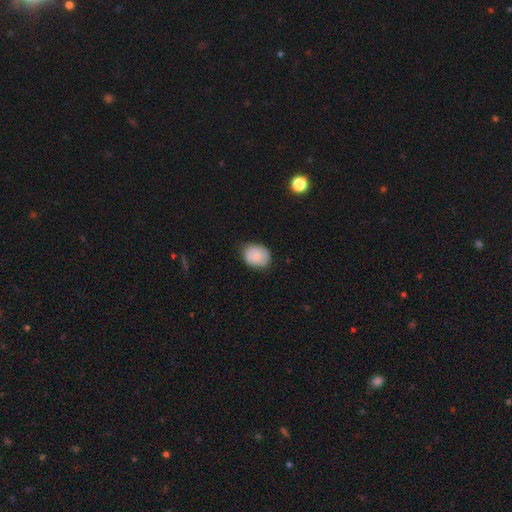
Q: Smooth or featured?
A: smooth (78%); runner-up: featured or disk (18%)
Q: How rounded?
A: round (74%); runner-up: in between (26%)
Q: Merging?
A: none (79%); runner-up: minor disturbance (13%)